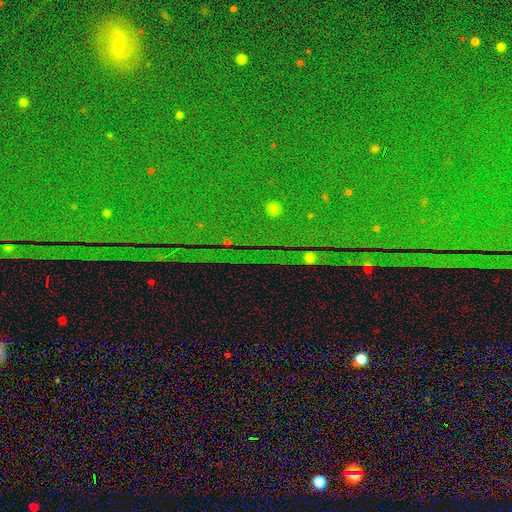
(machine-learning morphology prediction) type=star or artifact (87%).